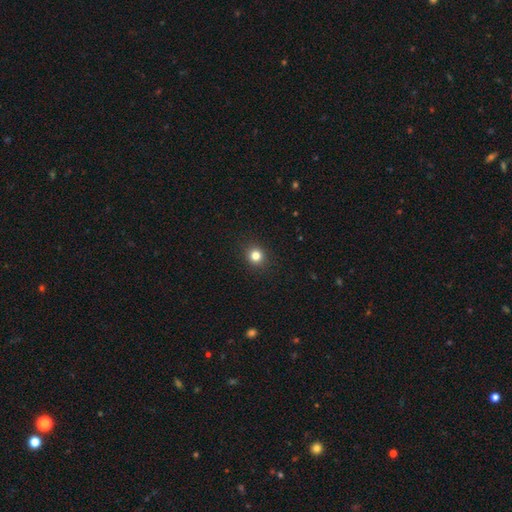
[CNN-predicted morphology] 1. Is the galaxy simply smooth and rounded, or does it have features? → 81% smooth, 13% star or artifact, 5% featured or disk.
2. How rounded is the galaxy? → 89% round, 10% in between, 1% cigar-shaped.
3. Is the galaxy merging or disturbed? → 92% none, 5% minor disturbance, 2% major disturbance, 1% merger.